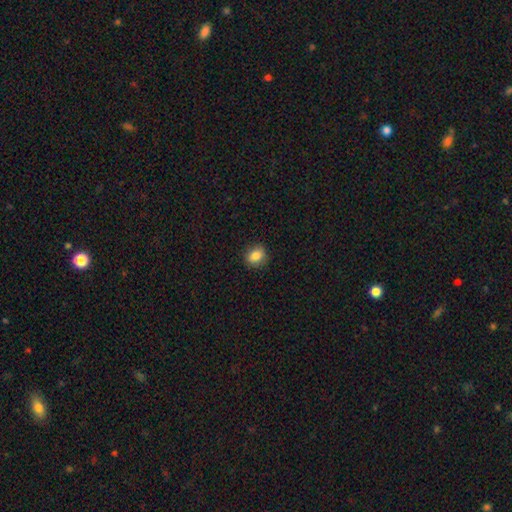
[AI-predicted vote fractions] A smooth galaxy with no disk features (84%) that is round (59%).

Vote fractions:
- Smooth or featured? smooth: 84% / star or artifact: 10% / featured or disk: 6%
- How rounded? round: 59% / in between: 40% / cigar-shaped: 1%
- Merging? none: 88% / minor disturbance: 9% / major disturbance: 2% / merger: 1%